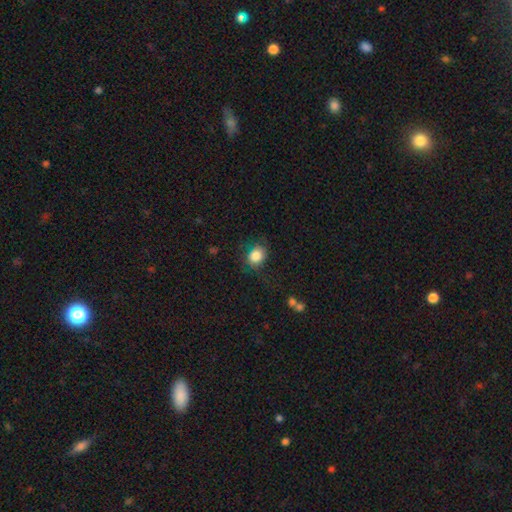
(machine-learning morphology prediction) A smooth galaxy with no disk features (84%) that is round (56%).

Vote fractions:
- Smooth or featured? smooth: 84% / star or artifact: 8% / featured or disk: 8%
- How rounded? round: 56% / in between: 43% / cigar-shaped: 1%
- Merging? none: 70% / minor disturbance: 20% / major disturbance: 9% / merger: 2%